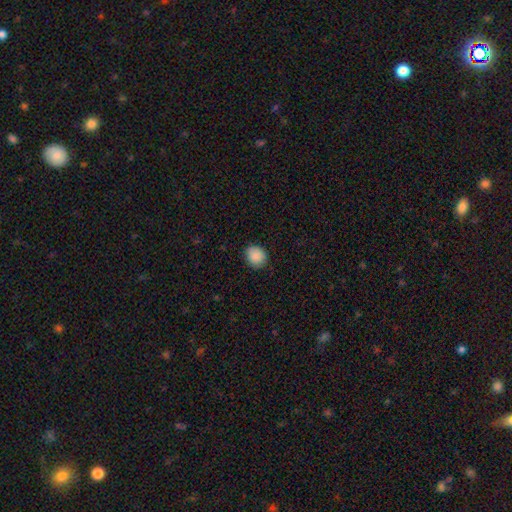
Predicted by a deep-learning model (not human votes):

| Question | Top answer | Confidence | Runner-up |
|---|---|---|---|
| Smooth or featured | smooth | 89% | star or artifact (8%) |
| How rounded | round | 70% | in between (29%) |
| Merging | none | 86% | minor disturbance (10%) |